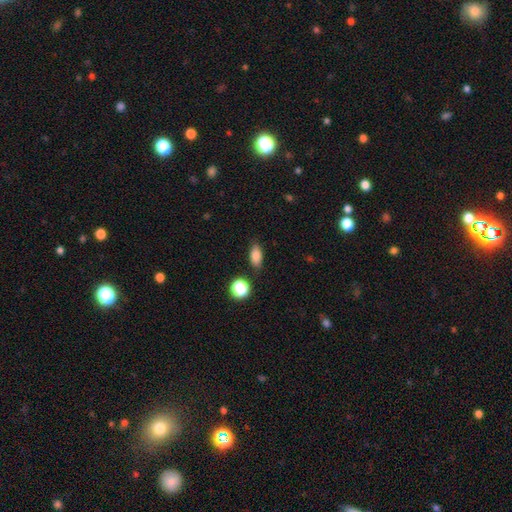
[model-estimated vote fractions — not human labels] Smooth or featured: smooth — 82% (star or artifact — 10%)
How rounded: in between — 85% (round — 9%)
Merging: none — 84% (minor disturbance — 11%)